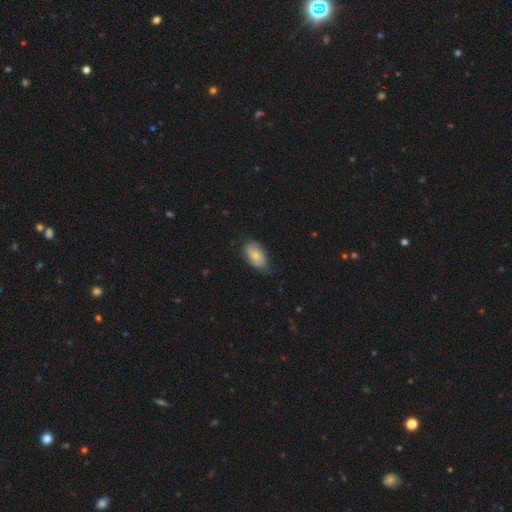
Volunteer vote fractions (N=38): Overall: smooth (66%; featured or disk 32%). How rounded: in between (96%). Merging: none (62%; minor disturbance 27%).